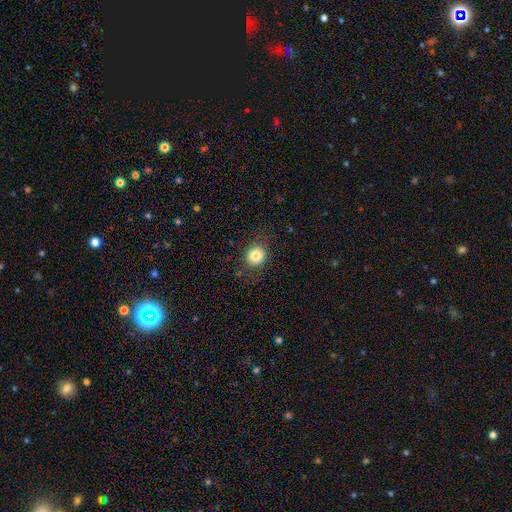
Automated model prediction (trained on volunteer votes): Smooth or featured: smooth — 81% (star or artifact — 11%)
How rounded: round — 83% (in between — 16%)
Merging: none — 83% (minor disturbance — 11%)